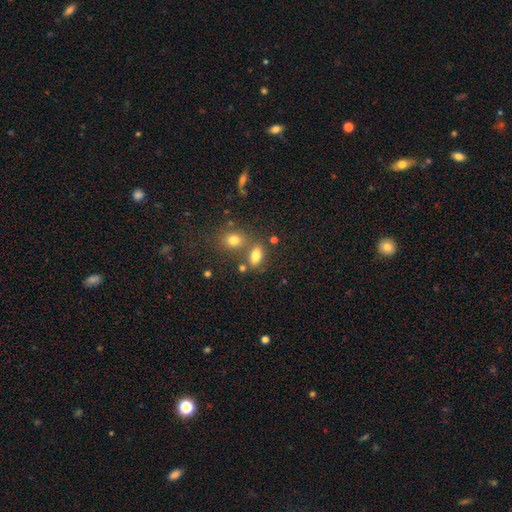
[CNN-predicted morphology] type=smooth (78%); roundness=in between (83%); merging=none (61%).